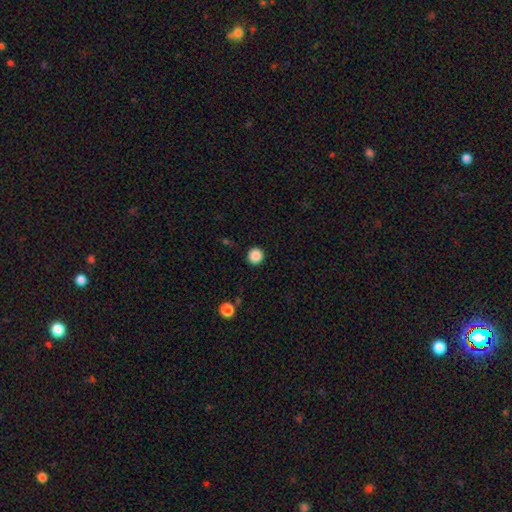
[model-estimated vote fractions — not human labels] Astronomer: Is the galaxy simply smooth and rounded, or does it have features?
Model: smooth — 87%.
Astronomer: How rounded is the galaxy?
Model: round — 95%.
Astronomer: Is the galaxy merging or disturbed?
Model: none — 92%.